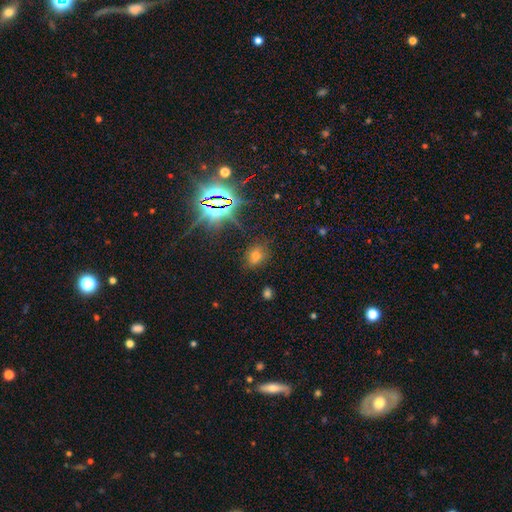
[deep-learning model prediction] A star or artifact, not a galaxy (45%).